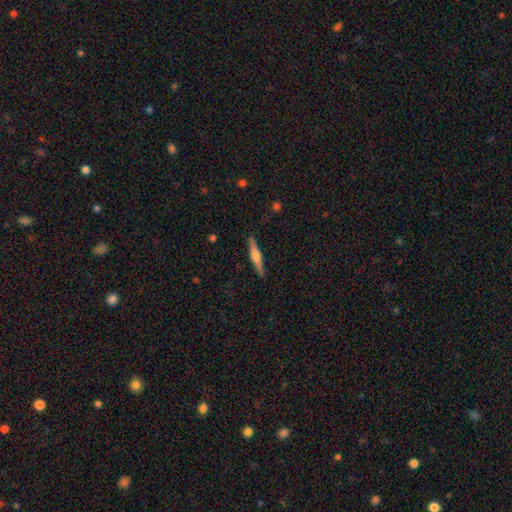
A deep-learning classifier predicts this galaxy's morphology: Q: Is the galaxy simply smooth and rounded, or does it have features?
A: featured or disk — 58%.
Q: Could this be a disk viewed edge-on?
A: yes — 97%.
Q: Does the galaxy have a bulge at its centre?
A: rounded — 80%.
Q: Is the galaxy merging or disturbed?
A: none — 90%.